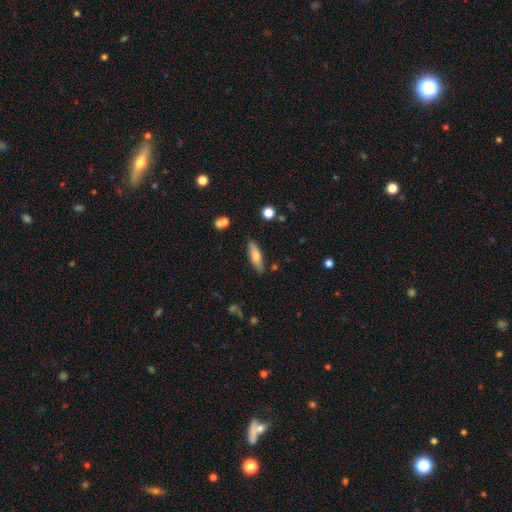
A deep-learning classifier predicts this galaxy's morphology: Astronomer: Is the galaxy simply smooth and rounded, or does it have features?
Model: smooth — 74%.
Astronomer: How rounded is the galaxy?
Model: cigar-shaped — 51% (runner-up: in between, 47%).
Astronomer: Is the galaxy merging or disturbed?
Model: none — 80%.